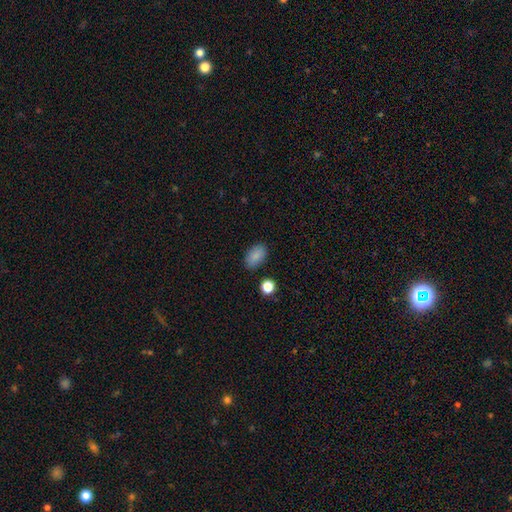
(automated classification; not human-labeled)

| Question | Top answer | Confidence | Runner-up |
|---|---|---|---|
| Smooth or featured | smooth | 87% | star or artifact (8%) |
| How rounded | in between | 90% | round (8%) |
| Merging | none | 85% | minor disturbance (10%) |